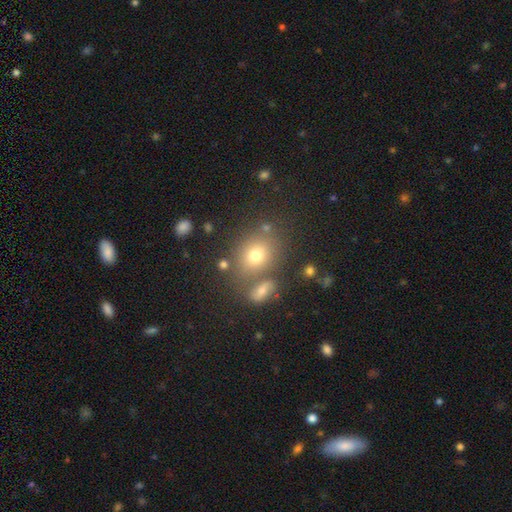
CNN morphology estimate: Overall: smooth (71%). How rounded: round (52%; in between 46%). Merging: none (67%).